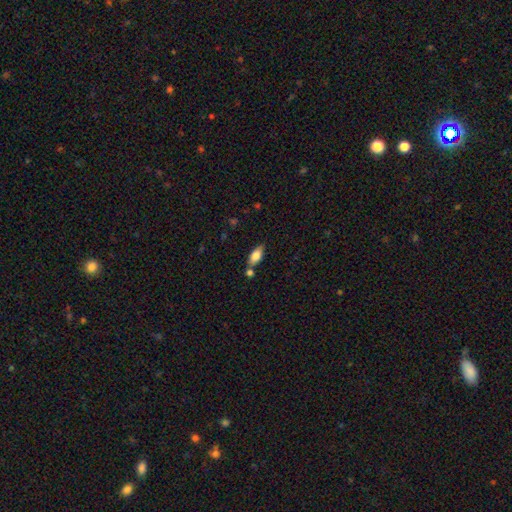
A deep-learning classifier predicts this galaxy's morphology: Smooth or featured? Predicted: smooth (p=0.78). How rounded? Predicted: in between (p=0.85). Merging? Predicted: none (p=0.63).